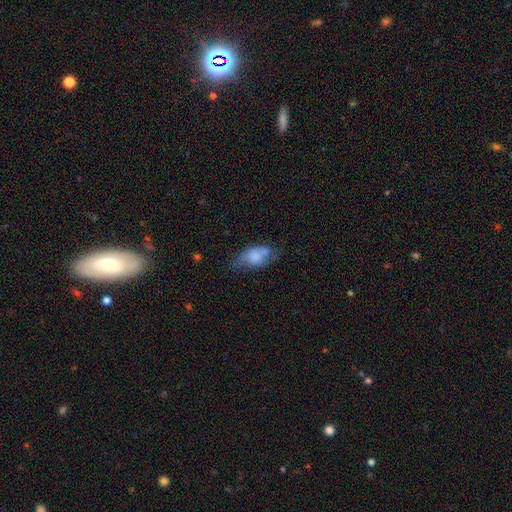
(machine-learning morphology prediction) smooth 64%, featured or disk 28%, star or artifact 9%. Down the decision tree: how rounded — in between (89%); merging — none (39%).